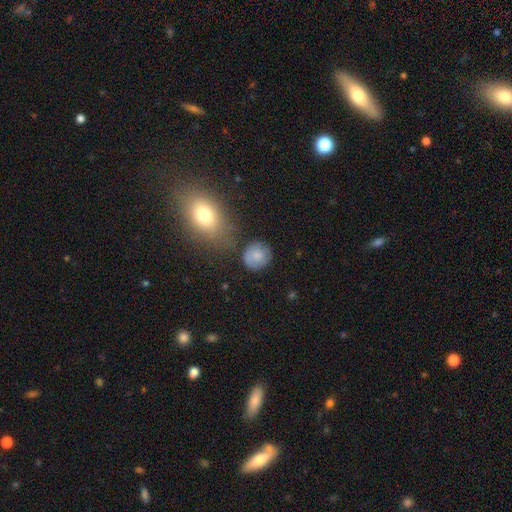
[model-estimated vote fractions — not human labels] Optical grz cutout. It shows a smooth galaxy with no disk features (80%) that is round (83%). Merging: none (71%).